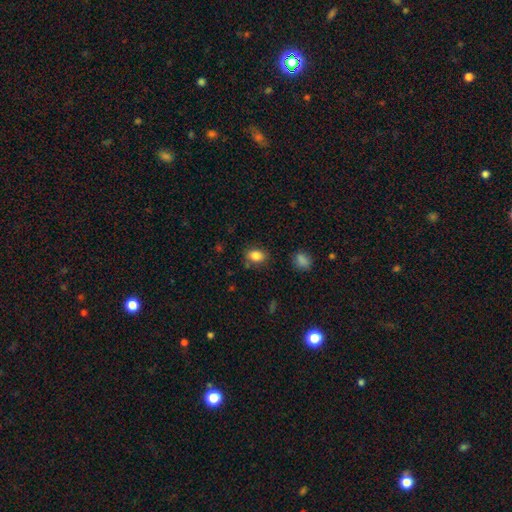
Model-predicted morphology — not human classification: The model was most divided on "how rounded": in between: 74%, round: 24%, cigar-shaped: 1%. More confident: smooth or featured — smooth (85%); merging — none (78%).